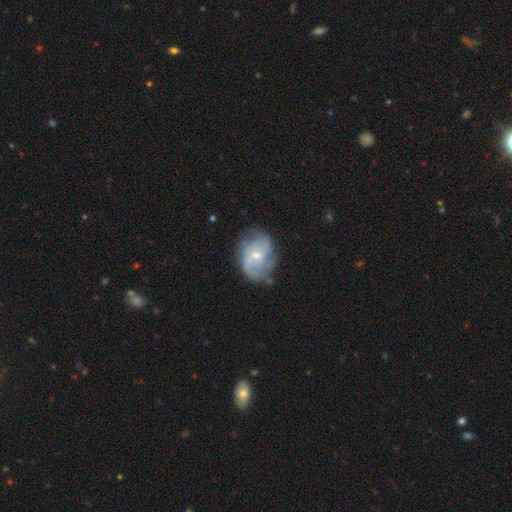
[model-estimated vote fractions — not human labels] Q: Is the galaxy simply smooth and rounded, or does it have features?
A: featured or disk — 77%.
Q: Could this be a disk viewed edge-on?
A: no — 97%.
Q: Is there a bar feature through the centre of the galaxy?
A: no — 56%.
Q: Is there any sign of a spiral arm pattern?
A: yes — 92%.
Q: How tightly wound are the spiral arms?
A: medium — 44%.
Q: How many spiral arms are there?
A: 2 — 44%.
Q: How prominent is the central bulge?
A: small — 61%.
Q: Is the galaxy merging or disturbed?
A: none — 61%.